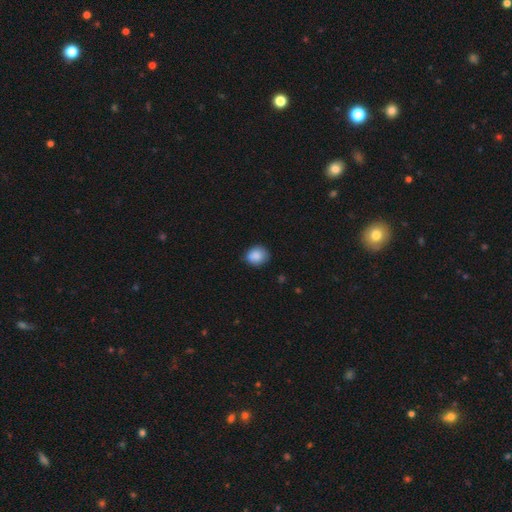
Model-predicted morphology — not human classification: smooth-or-featured: smooth: 87% | star or artifact: 8% | featured or disk: 5%
  how-rounded: round: 65% | in between: 34% | cigar-shaped: 1%
  merging: none: 75% | minor disturbance: 20% | major disturbance: 3% | merger: 1%